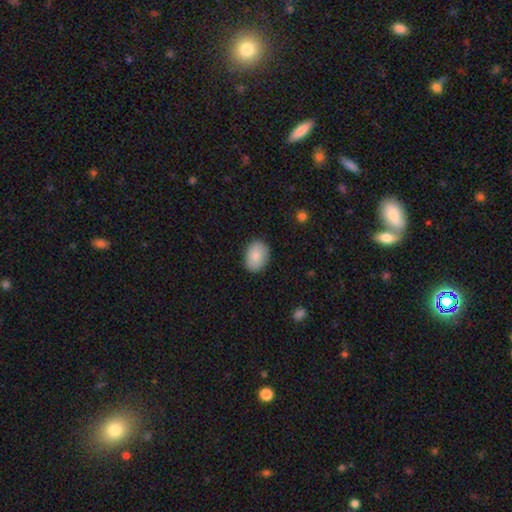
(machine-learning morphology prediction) A smooth galaxy with no disk features (84%) that is in between round and cigar-shaped (74%). Merging: none (85%).